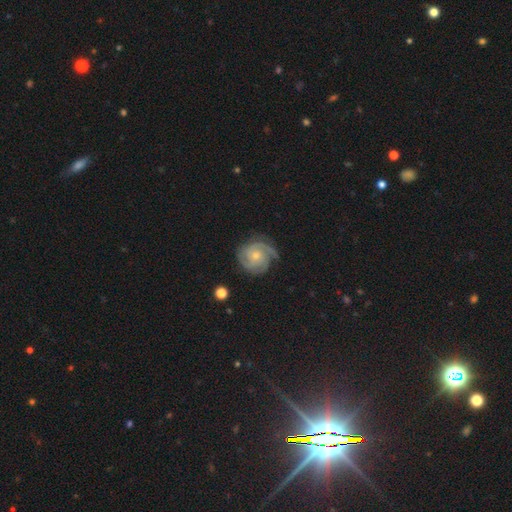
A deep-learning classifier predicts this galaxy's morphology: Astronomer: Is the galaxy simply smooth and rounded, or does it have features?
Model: featured or disk — 86%.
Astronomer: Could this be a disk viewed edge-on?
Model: no — 98%.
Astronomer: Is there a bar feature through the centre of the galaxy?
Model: no — 73%.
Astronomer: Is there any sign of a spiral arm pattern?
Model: yes — 97%.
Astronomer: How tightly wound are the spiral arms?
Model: tight — 64%.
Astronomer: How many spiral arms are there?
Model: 3 — 48%.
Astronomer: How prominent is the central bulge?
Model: small — 59% (runner-up: moderate, 37%).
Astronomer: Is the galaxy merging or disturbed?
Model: none — 75%.